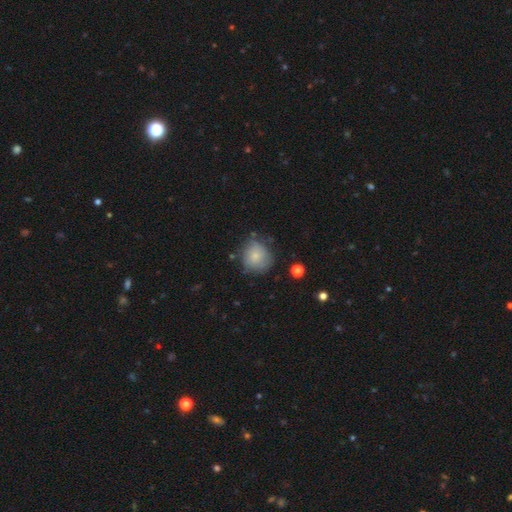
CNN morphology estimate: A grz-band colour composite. It shows a smooth galaxy with no disk features (77%) that is round (85%). Merging: none (64%).